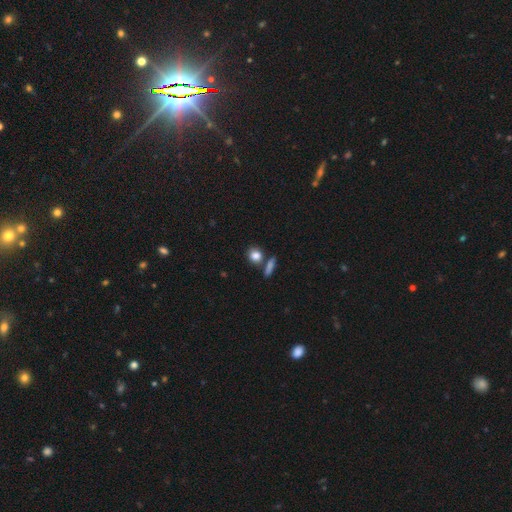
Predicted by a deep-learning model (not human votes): The model was most divided on "how rounded": round: 67%, in between: 28%, cigar-shaped: 5%. More confident: smooth or featured — smooth (84%); merging — none (67%).